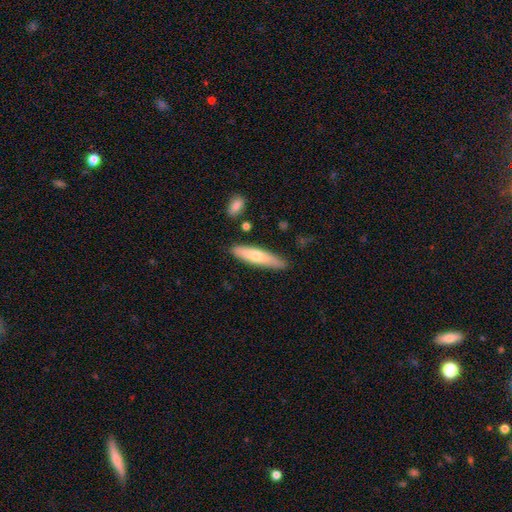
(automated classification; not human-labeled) Overall: smooth (64%; featured or disk 30%). How rounded: cigar-shaped (80%). Merging: none (82%).